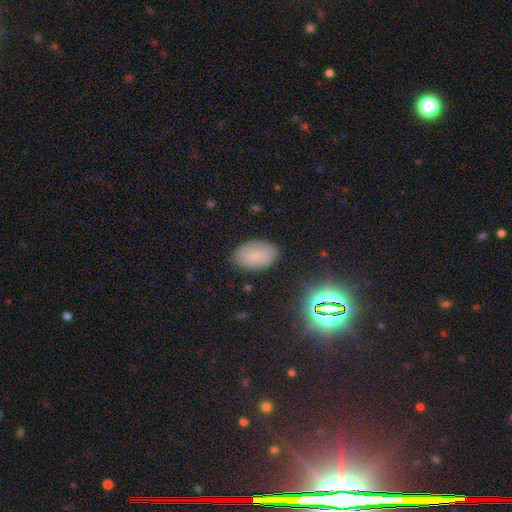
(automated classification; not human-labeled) The model was most divided on "smooth or featured": smooth: 73%, star or artifact: 14%, featured or disk: 13%. More confident: how rounded — in between (89%); merging — none (84%).